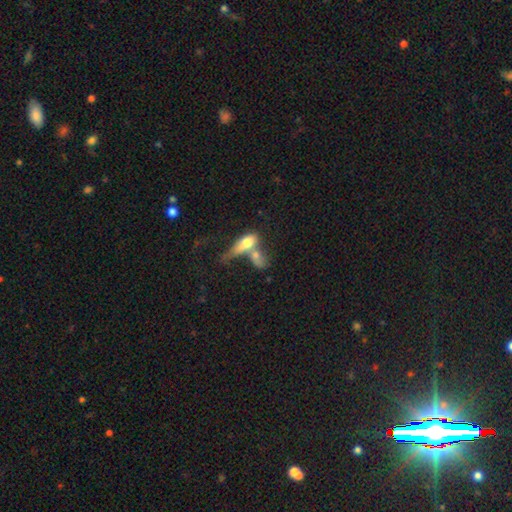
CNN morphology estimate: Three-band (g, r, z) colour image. It shows a smooth galaxy with no disk features (64%) that is in between round and cigar-shaped (67%). Merging: merger (60%).